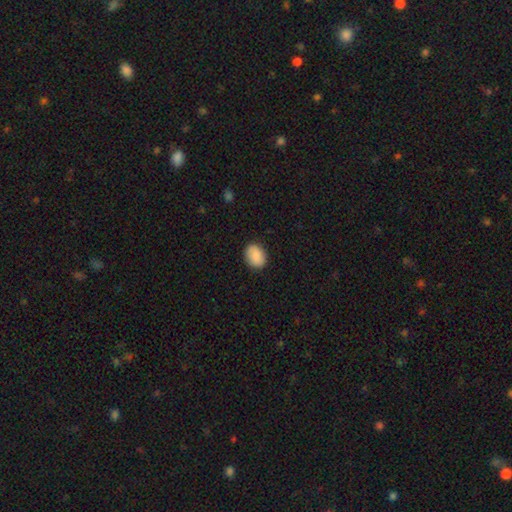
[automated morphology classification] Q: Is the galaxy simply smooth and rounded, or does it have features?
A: smooth — 87%.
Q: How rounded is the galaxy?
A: in between — 57%.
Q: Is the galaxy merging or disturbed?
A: none — 88%.